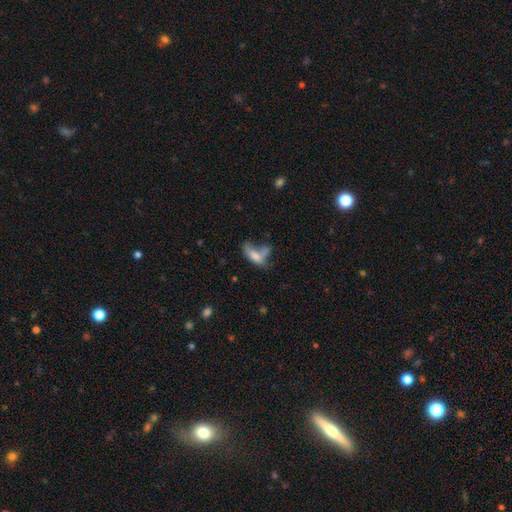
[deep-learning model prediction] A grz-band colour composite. It shows a smooth galaxy with no disk features (67%) that is in between round and cigar-shaped (72%). Merging: merger (33%).